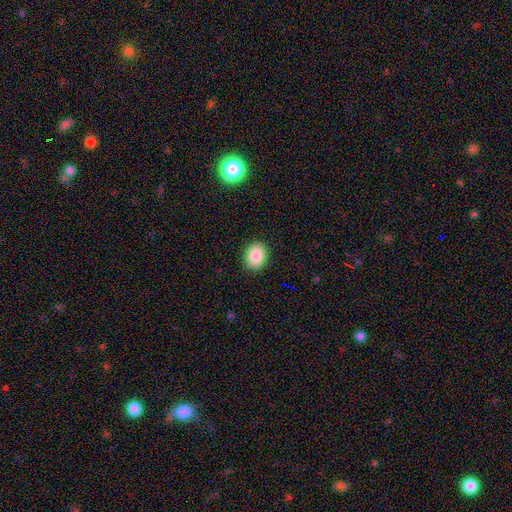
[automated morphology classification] Smooth or featured? smooth (86%)
How rounded? in between (64%)
Merging? none (89%)